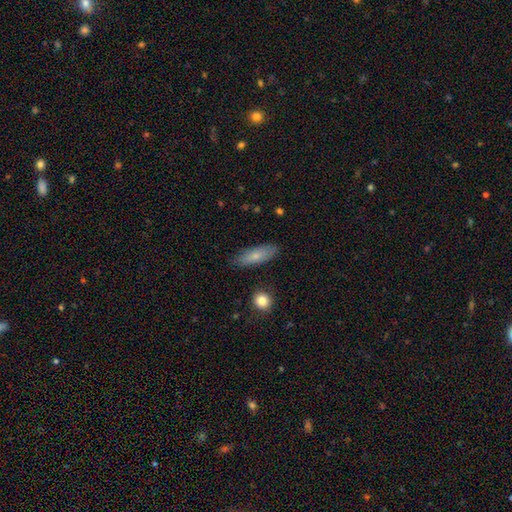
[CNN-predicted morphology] smooth_or_featured: smooth (p=0.76) [alt: featured or disk p=0.18]
how_rounded: in between (p=0.57) [alt: cigar-shaped p=0.41]
merging: none (p=0.84) [alt: minor disturbance p=0.12]